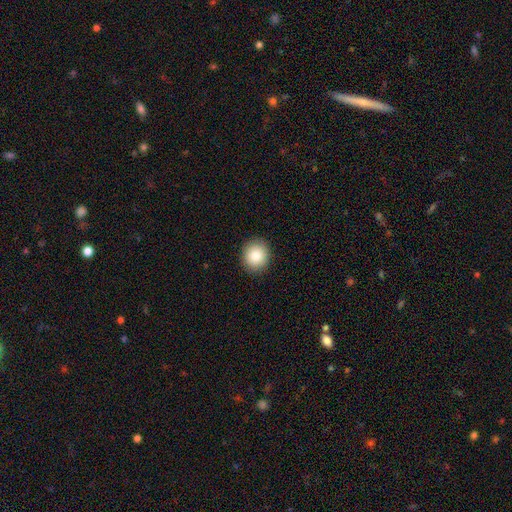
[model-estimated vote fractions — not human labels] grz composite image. It shows a smooth galaxy with no disk features (85%) that is round (80%). Merging: none (90%).